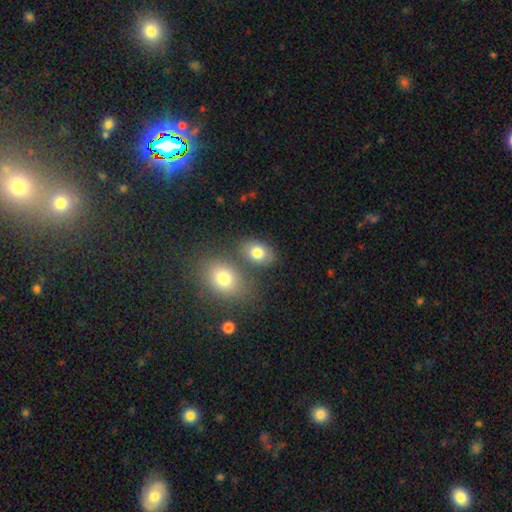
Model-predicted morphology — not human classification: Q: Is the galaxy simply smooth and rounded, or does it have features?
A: smooth — 58%.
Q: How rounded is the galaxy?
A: in between — 66%.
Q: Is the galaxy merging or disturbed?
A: none — 66%.